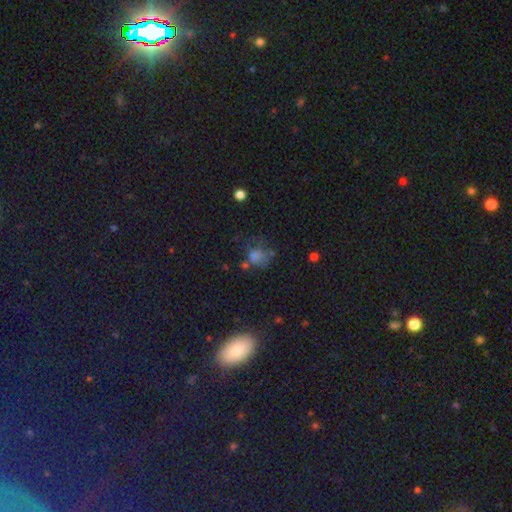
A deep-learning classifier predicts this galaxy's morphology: smooth-or-featured: smooth: 54% | star or artifact: 30% | featured or disk: 16%
  how-rounded: round: 62% | in between: 36% | cigar-shaped: 2%
  merging: none: 48% | minor disturbance: 22% | major disturbance: 20% | merger: 10%